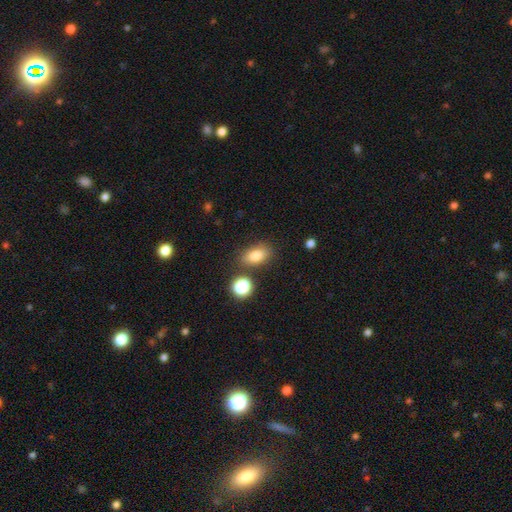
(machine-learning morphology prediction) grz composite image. It shows a smooth galaxy with no disk features (80%) that is in between round and cigar-shaped (82%). Merging: none (78%).